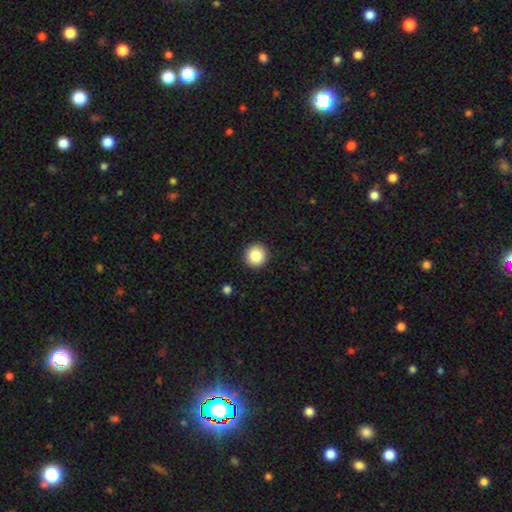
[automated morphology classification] This is clearly a smooth galaxy (86%). How rounded: clearly round (95%). Merging: clearly none (93%).